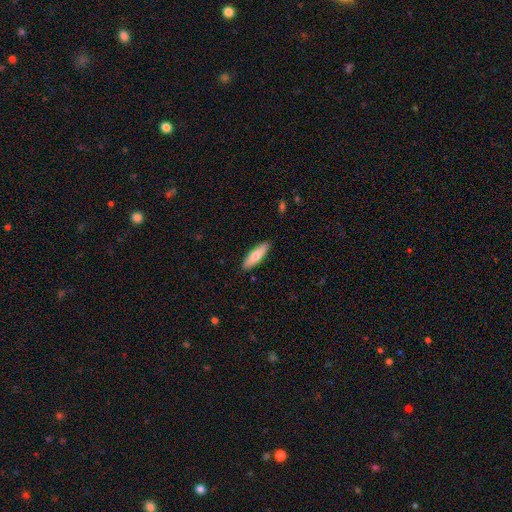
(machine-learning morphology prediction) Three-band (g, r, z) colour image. It shows a smooth galaxy with no disk features (73%) that is cigar-shaped (52%). Merging: none (89%).